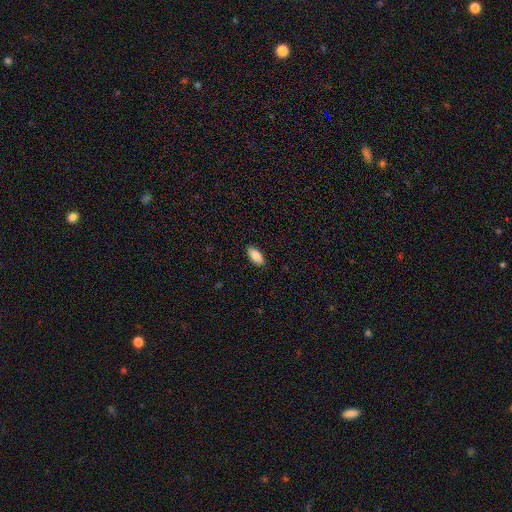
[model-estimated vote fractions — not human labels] Smooth or featured: smooth — 89% (star or artifact — 6%)
How rounded: in between — 89% (cigar-shaped — 9%)
Merging: none — 89% (minor disturbance — 8%)